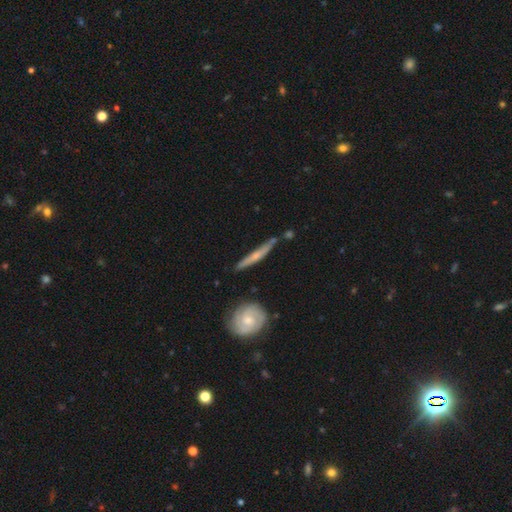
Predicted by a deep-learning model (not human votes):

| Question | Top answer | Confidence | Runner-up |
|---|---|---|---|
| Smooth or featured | featured or disk | 61% | smooth (34%) |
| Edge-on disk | yes | 90% | no (10%) |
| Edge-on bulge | rounded | 56% | none (38%) |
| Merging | none | 80% | minor disturbance (13%) |